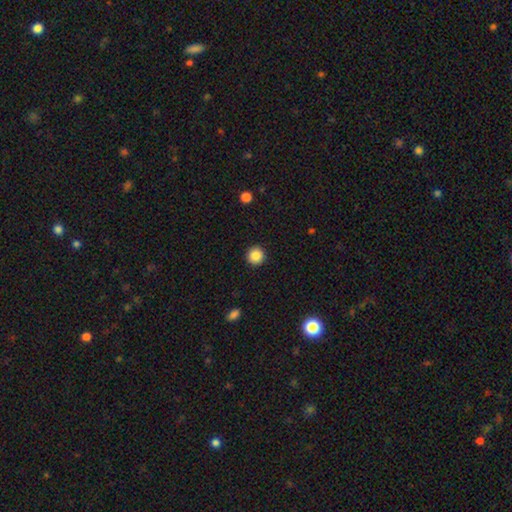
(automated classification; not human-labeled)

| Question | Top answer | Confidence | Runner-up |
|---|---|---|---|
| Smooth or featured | smooth | 86% | star or artifact (10%) |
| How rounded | round | 95% | in between (4%) |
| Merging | none | 93% | minor disturbance (5%) |